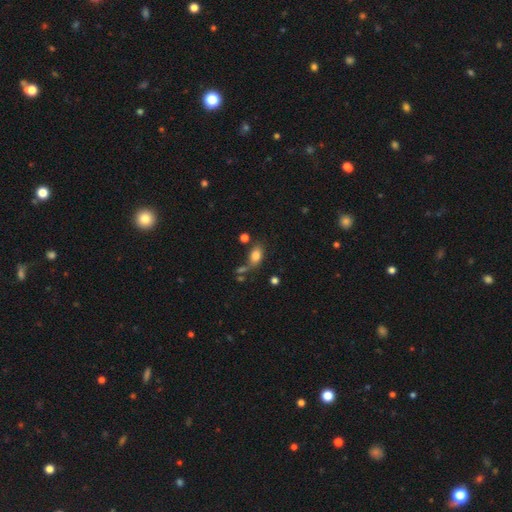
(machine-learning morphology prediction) A smooth galaxy with no disk features (82%) that is in between round and cigar-shaped (88%).

Vote fractions:
- Smooth or featured? smooth: 82% / star or artifact: 10% / featured or disk: 9%
- How rounded? in between: 88% / round: 10% / cigar-shaped: 3%
- Merging? none: 61% / minor disturbance: 18% / merger: 13% / major disturbance: 8%